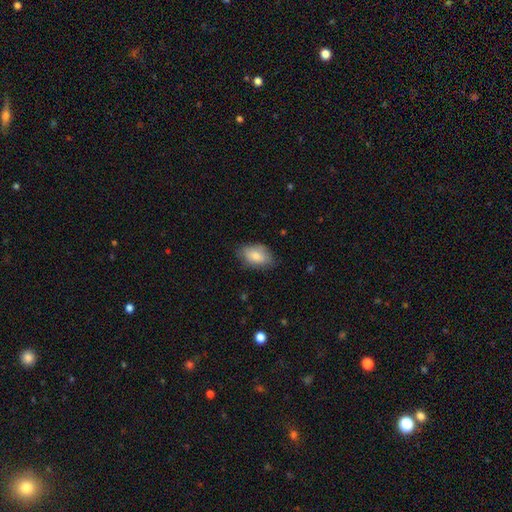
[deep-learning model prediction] Q: Smooth or featured?
A: smooth (82%); runner-up: featured or disk (11%)
Q: How rounded?
A: in between (91%); runner-up: round (7%)
Q: Merging?
A: none (74%); runner-up: minor disturbance (21%)